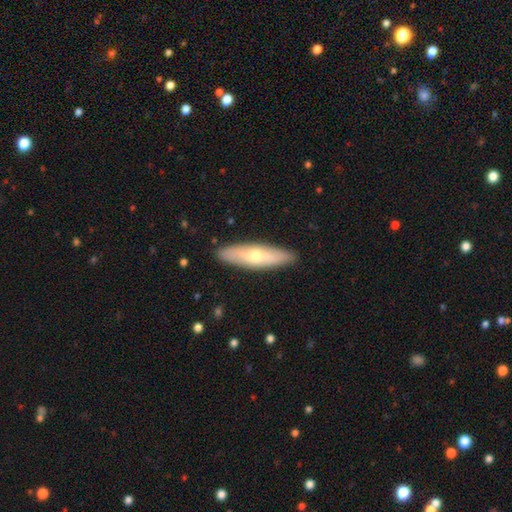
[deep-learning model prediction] Smooth or featured? Predicted: smooth (p=0.52). How rounded? Predicted: cigar-shaped (p=0.68). Merging? Predicted: none (p=0.90).